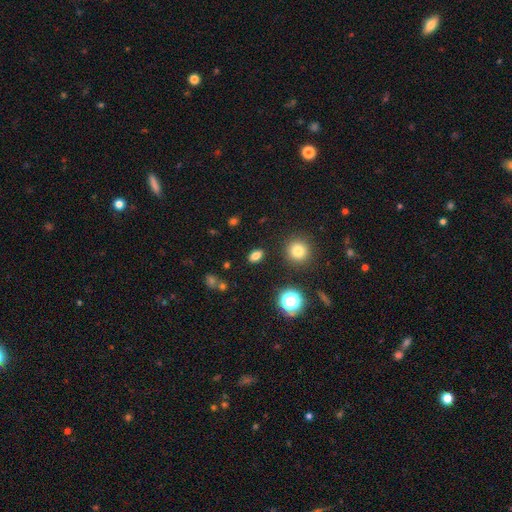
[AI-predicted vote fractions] Q: Smooth or featured?
A: smooth (75%); runner-up: star or artifact (17%)
Q: How rounded?
A: in between (78%); runner-up: round (19%)
Q: Merging?
A: none (86%); runner-up: minor disturbance (8%)